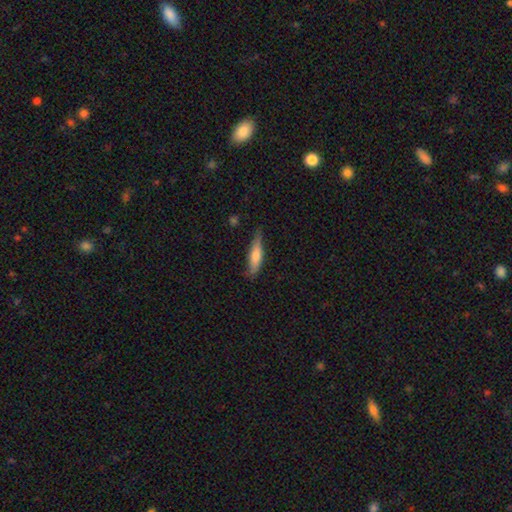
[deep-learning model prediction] This is likely a smooth galaxy (69%). How rounded: likely cigar-shaped (71%). Merging: likely none (68%).